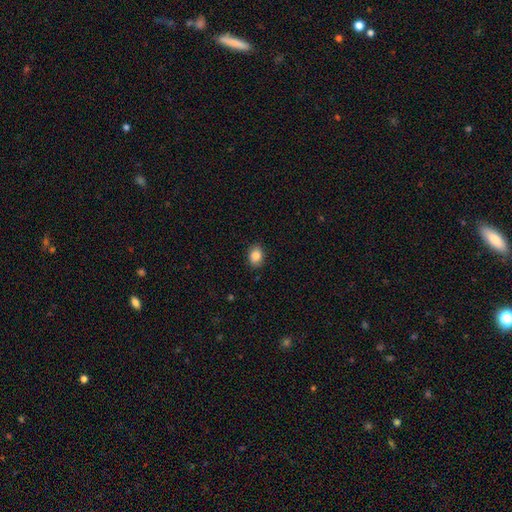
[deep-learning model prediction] Morphology: type=smooth (86%); roundness=in between (63%); merging=none (88%).